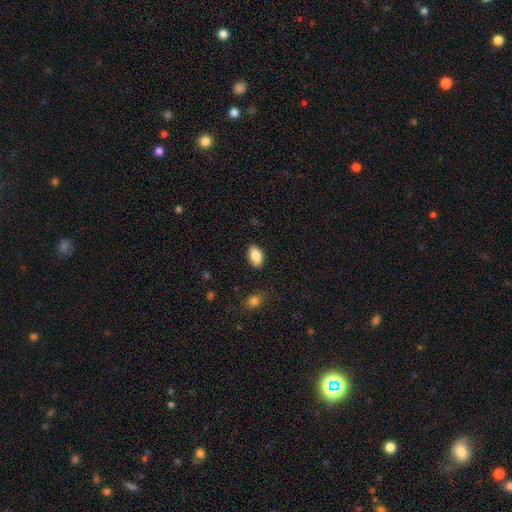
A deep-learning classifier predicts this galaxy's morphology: smooth-or-featured: smooth: 85% | featured or disk: 8% | star or artifact: 7%
  how-rounded: in between: 92% | round: 6% | cigar-shaped: 2%
  merging: none: 86% | minor disturbance: 10% | major disturbance: 2% | merger: 1%